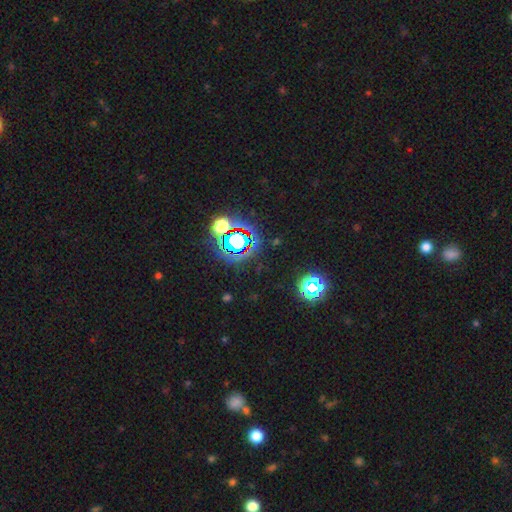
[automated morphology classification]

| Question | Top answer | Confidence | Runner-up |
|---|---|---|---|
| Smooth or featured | star or artifact | 80% | smooth (14%) |